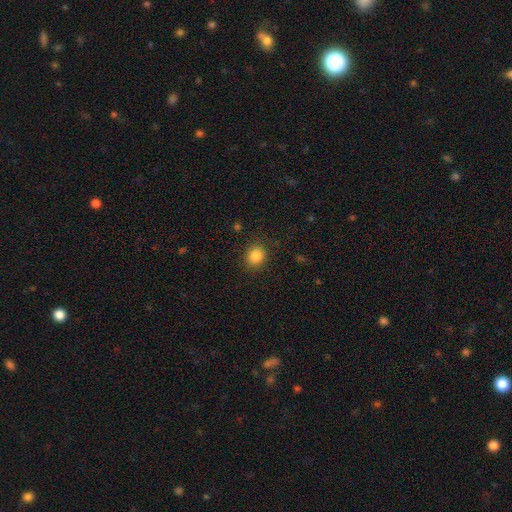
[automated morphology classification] This appears to be a smooth galaxy with no disk features (85%) that is round (77%). Merging: none (88%).